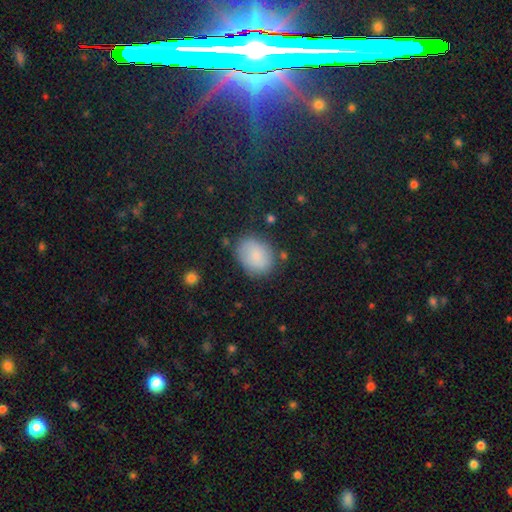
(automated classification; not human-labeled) A smooth galaxy with no disk features (80%) that is in between round and cigar-shaped (62%).

Vote fractions:
- Smooth or featured? smooth: 80% / featured or disk: 11% / star or artifact: 9%
- How rounded? in between: 62% / round: 37% / cigar-shaped: 1%
- Merging? none: 78% / minor disturbance: 15% / major disturbance: 4% / merger: 3%